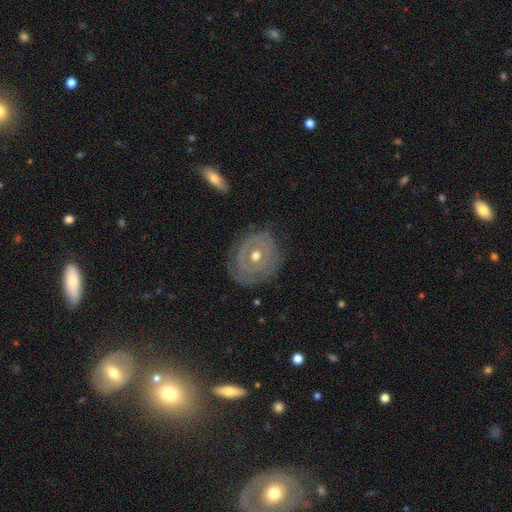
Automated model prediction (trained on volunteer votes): A featured or disk galaxy (74%) with no bar (74%), spiral arms (58%) and a moderate central bulge (73%). Merging: none (70%).